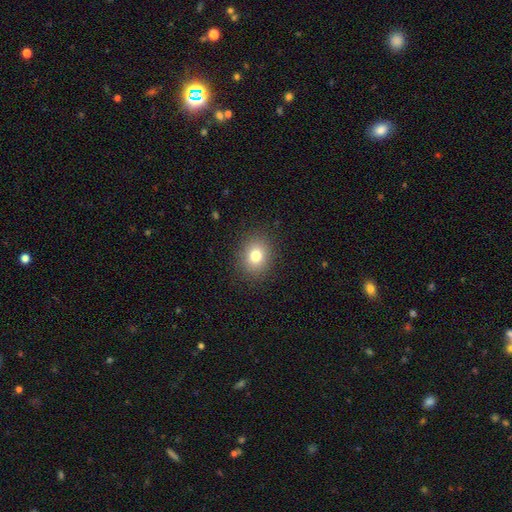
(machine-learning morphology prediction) Smooth or featured: smooth — 79% (star or artifact — 12%)
How rounded: round — 62% (in between — 37%)
Merging: none — 89% (minor disturbance — 8%)